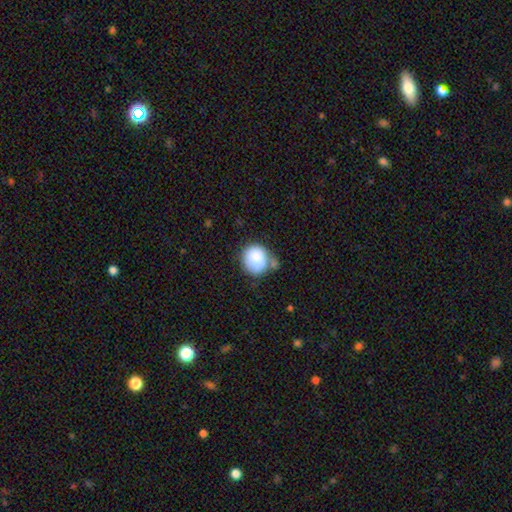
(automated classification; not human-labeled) This is clearly a smooth galaxy (84%). How rounded: clearly round (81%). Merging: marginally none (45%).